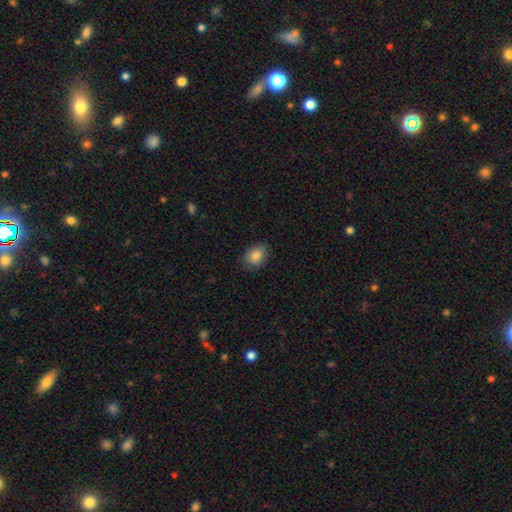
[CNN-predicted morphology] smooth 84%, featured or disk 8%, star or artifact 8%. Down the decision tree: how rounded — in between (73%); merging — none (83%).